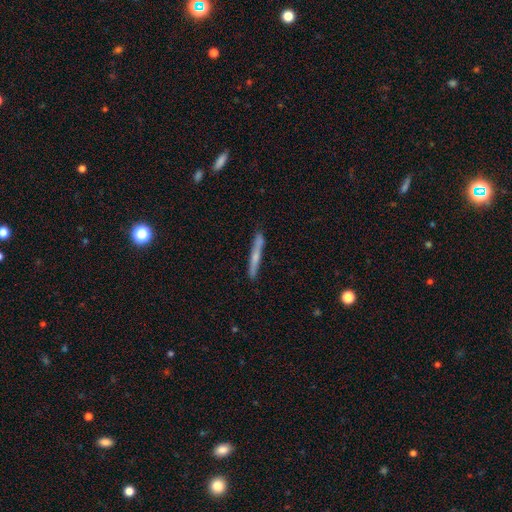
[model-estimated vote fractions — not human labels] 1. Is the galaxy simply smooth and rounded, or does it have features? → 50% featured or disk, 43% smooth, 7% star or artifact.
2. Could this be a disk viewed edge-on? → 95% yes, 5% no.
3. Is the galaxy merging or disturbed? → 87% none, 10% minor disturbance, 2% merger, 2% major disturbance.